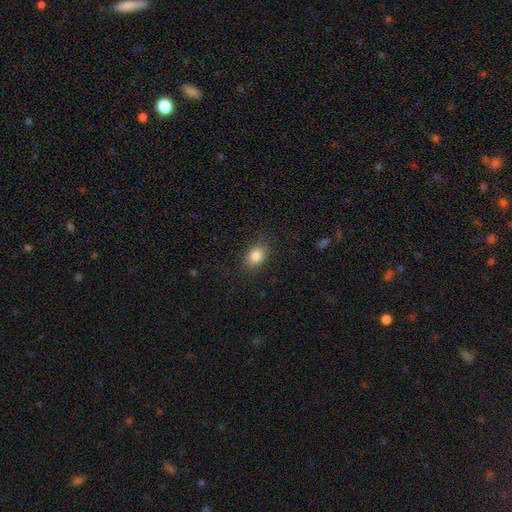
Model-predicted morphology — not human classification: This is clearly a smooth galaxy (83%). How rounded: likely in between (67%). Merging: clearly none (84%).